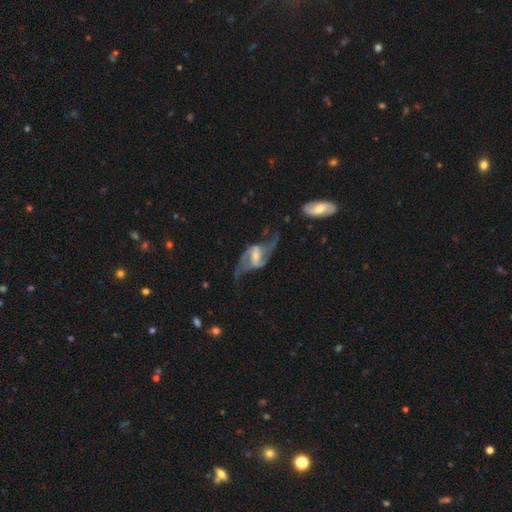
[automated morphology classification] smooth_or_featured: featured or disk (p=0.89) [alt: smooth p=0.06]
disk_edge_on: no (p=0.96) [alt: yes p=0.04]
bar: strong (p=0.45) [alt: weak p=0.43]
has_spiral_arms: yes (p=0.95) [alt: no p=0.05]
spiral_winding: loose (p=0.62) [alt: medium p=0.31]
spiral_arm_count: 2 (p=0.93) [alt: can't tell p=0.02]
bulge_size: small (p=0.41) [alt: moderate p=0.39]
merging: none (p=0.62) [alt: major disturbance p=0.18]